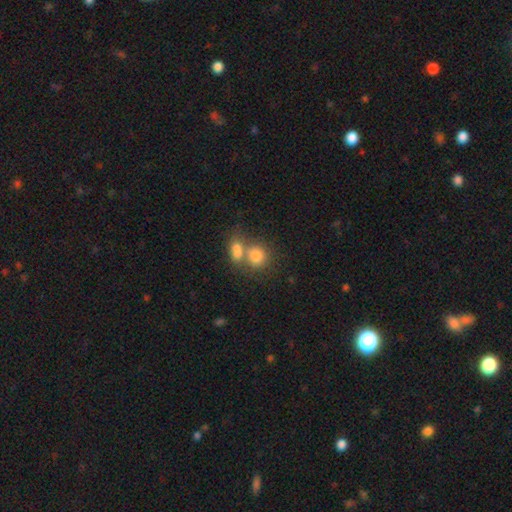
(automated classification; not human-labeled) Morphology: type=smooth (79%); roundness=round (70%); merging=merger (51%).